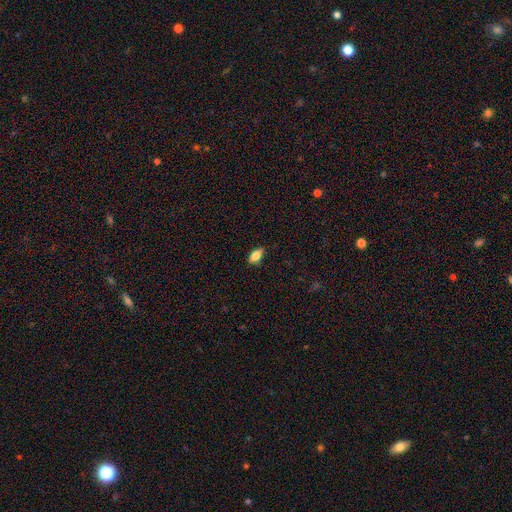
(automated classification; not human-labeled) Smooth or featured? smooth (83%)
How rounded? in between (89%)
Merging? none (85%)